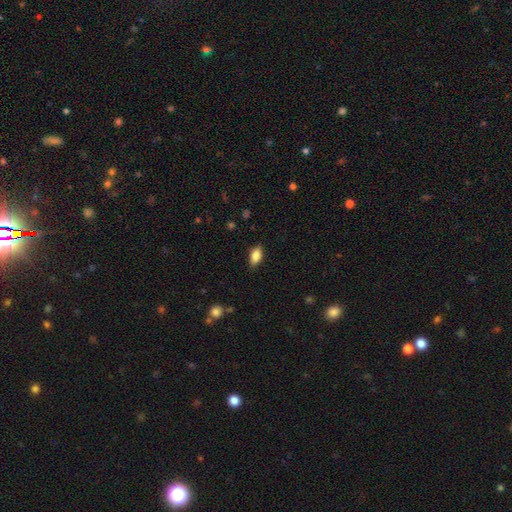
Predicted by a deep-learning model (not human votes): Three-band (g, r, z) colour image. It shows a smooth galaxy with no disk features (86%) that is in between round and cigar-shaped (89%). Merging: none (84%).